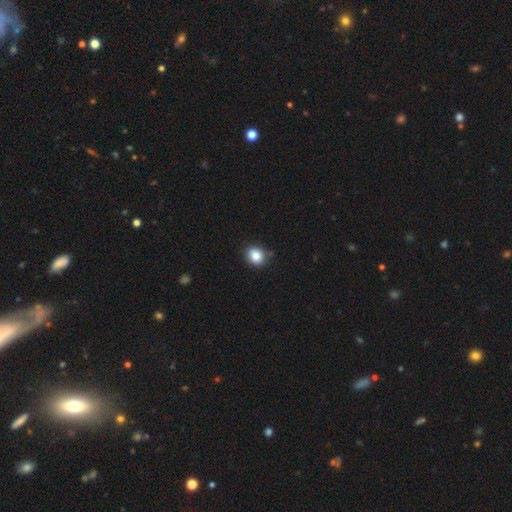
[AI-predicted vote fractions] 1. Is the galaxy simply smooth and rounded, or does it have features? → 85% smooth, 10% star or artifact, 5% featured or disk.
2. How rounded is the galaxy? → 67% round, 32% in between, 1% cigar-shaped.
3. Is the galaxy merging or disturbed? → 83% none, 12% minor disturbance, 3% merger, 2% major disturbance.